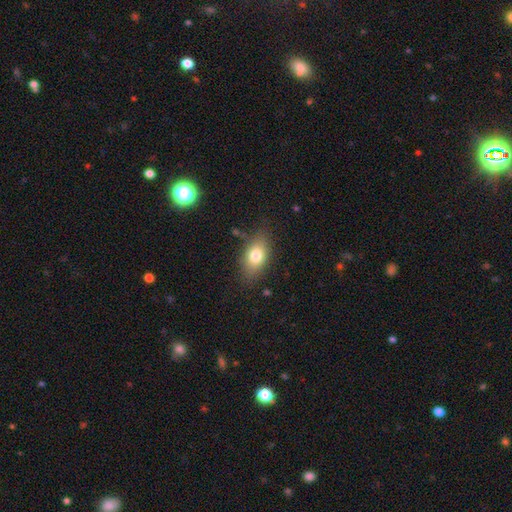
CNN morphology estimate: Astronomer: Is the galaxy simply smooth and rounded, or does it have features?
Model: smooth — 77%.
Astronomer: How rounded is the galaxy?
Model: in between — 86%.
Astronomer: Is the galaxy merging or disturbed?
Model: none — 79%.